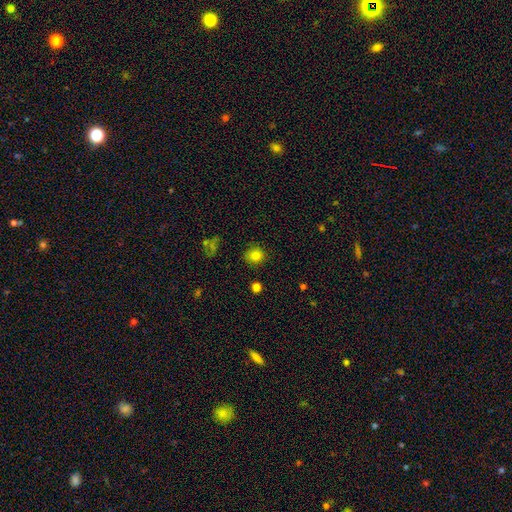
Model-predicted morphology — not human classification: A smooth galaxy with no disk features (82%) that is round (85%). Merging: none (87%).